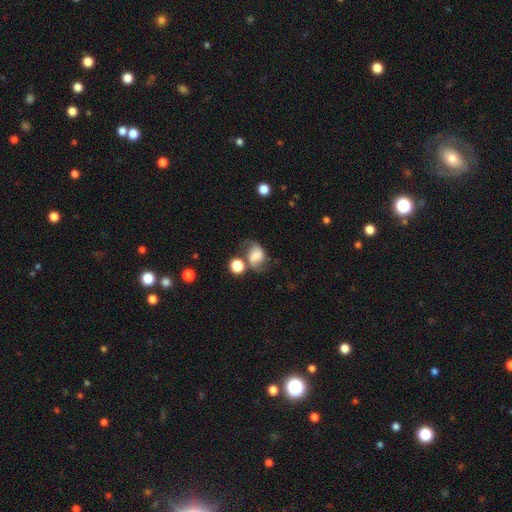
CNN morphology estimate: Smooth or featured: smooth — 46% (featured or disk — 44%)
Merging: none — 49% (minor disturbance — 22%)